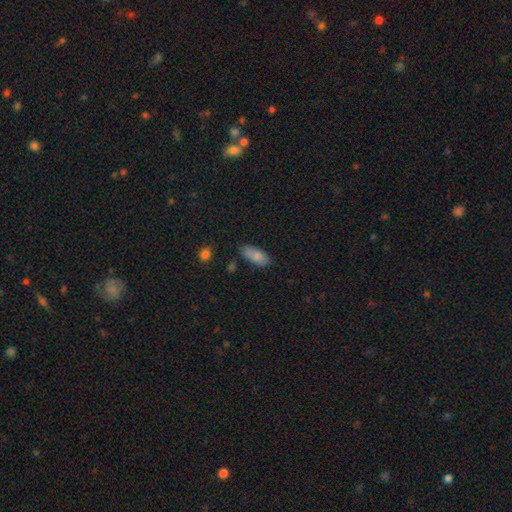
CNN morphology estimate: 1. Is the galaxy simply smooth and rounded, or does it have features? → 84% smooth, 9% featured or disk, 7% star or artifact.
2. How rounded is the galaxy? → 85% in between, 12% cigar-shaped, 2% round.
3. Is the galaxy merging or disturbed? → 74% none, 18% minor disturbance, 4% merger, 4% major disturbance.